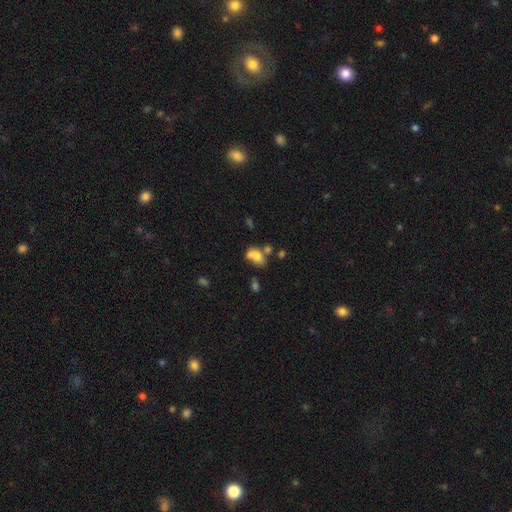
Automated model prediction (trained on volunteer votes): smooth_or_featured: smooth (p=0.66) [alt: featured or disk p=0.22]
how_rounded: in between (p=0.74) [alt: round p=0.24]
merging: merger (p=0.43) [alt: none p=0.27]